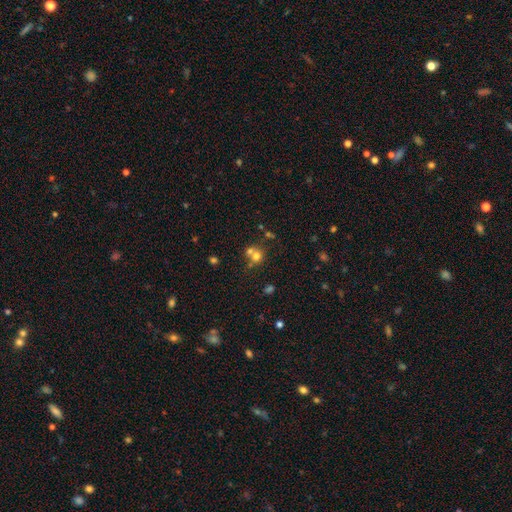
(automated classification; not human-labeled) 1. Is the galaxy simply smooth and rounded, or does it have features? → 67% smooth, 17% star or artifact, 16% featured or disk.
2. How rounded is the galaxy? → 84% round, 15% in between, 1% cigar-shaped.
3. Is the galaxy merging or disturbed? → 47% merger, 42% none, 7% minor disturbance, 4% major disturbance.